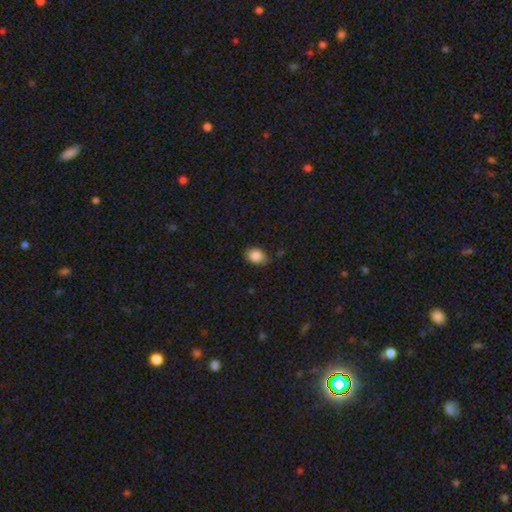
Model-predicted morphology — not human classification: Smooth or featured?
  - smooth: 86% *
  - star or artifact: 8%
  - featured or disk: 5%
How rounded?
  - in between: 76% *
  - round: 23%
  - cigar-shaped: 1%
Merging?
  - none: 75% *
  - minor disturbance: 21%
  - major disturbance: 3%
  - merger: 2%